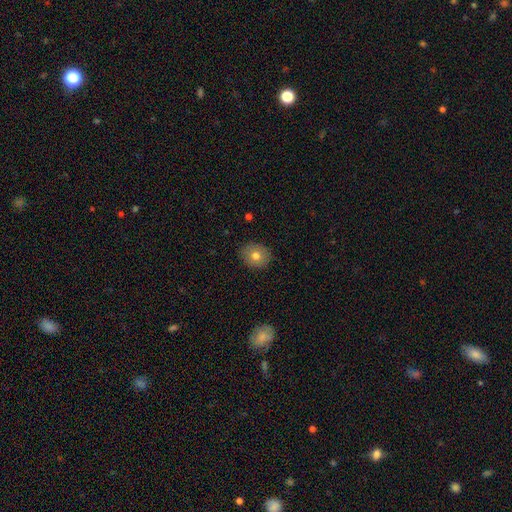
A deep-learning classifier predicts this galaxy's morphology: Smooth or featured? smooth (75%)
How rounded? round (65%)
Merging? none (87%)